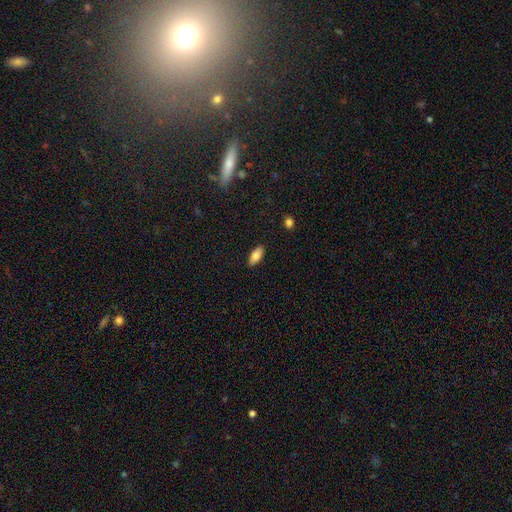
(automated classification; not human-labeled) Smooth or featured?
  - smooth: 79% *
  - featured or disk: 14%
  - star or artifact: 7%
How rounded?
  - in between: 84% *
  - cigar-shaped: 14%
  - round: 2%
Merging?
  - none: 89% *
  - minor disturbance: 8%
  - major disturbance: 2%
  - merger: 1%